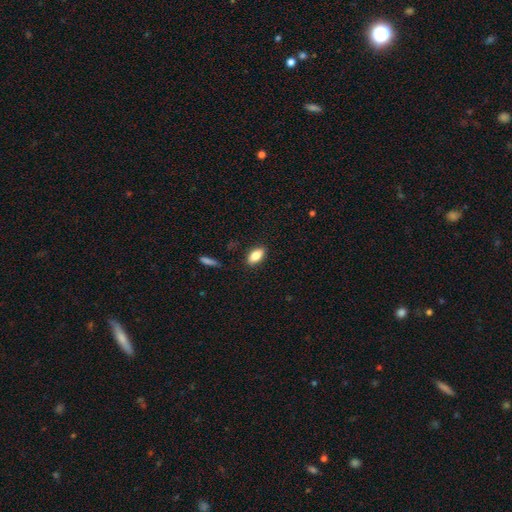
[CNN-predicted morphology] A smooth galaxy with no disk features (82%) that is in between round and cigar-shaped (87%). Merging: none (87%).